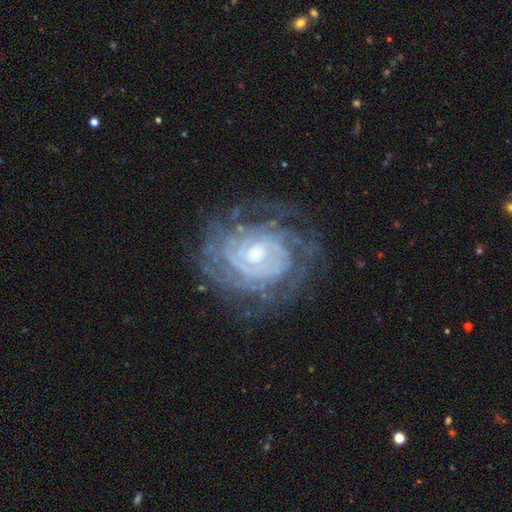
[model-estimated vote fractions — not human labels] Smooth or featured?
  - featured or disk: 87% *
  - star or artifact: 7%
  - smooth: 6%
Edge-on disk?
  - no: 97% *
  - yes: 3%
Bar?
  - no: 61% *
  - weak: 31%
  - strong: 9%
Spiral arms?
  - yes: 96% *
  - no: 4%
Spiral winding?
  - tight: 80% *
  - medium: 17%
  - loose: 3%
Spiral arm count?
  - can't tell: 38% *
  - 2: 18%
  - 3: 14%
  - 4: 13%
  - more than 4: 10%
  - 1: 7%
Bulge size?
  - small: 48% *
  - moderate: 42%
  - large: 5%
  - none: 4%
  - dominant: 1%
Merging?
  - none: 73% *
  - minor disturbance: 17%
  - major disturbance: 9%
  - merger: 1%